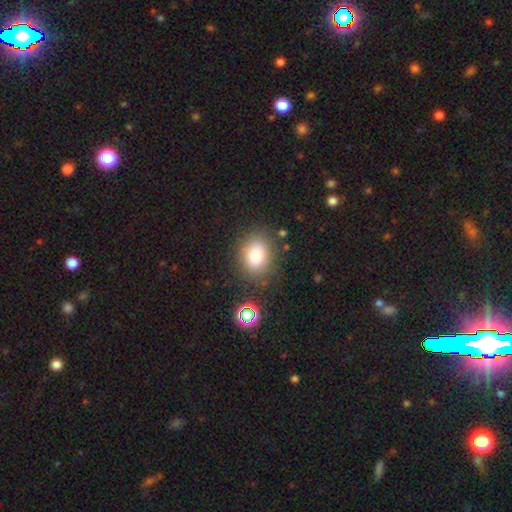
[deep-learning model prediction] Smooth or featured? Predicted: smooth (p=0.80). How rounded? Predicted: in between (p=0.55). Merging? Predicted: none (p=0.80).